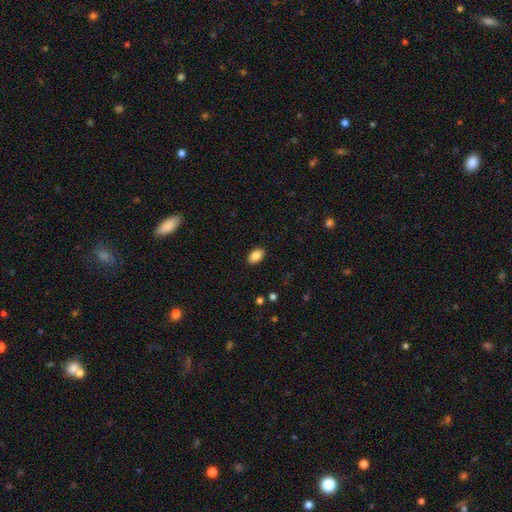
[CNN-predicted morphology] A smooth galaxy with no disk features (87%) that is in between round and cigar-shaped (92%). Merging: none (89%).